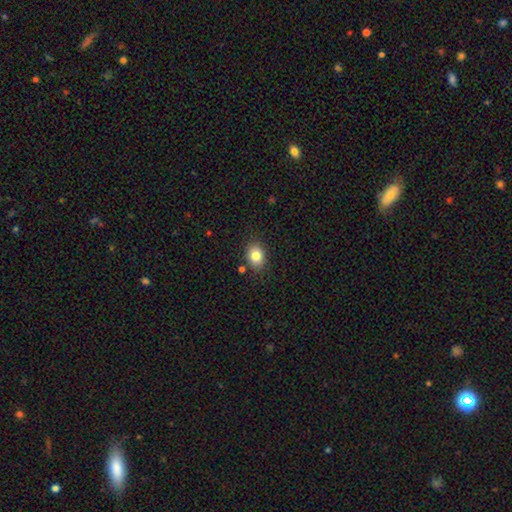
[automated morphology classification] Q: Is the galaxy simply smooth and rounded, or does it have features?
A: smooth — 83%.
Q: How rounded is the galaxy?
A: in between — 59%.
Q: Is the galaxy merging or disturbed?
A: none — 83%.